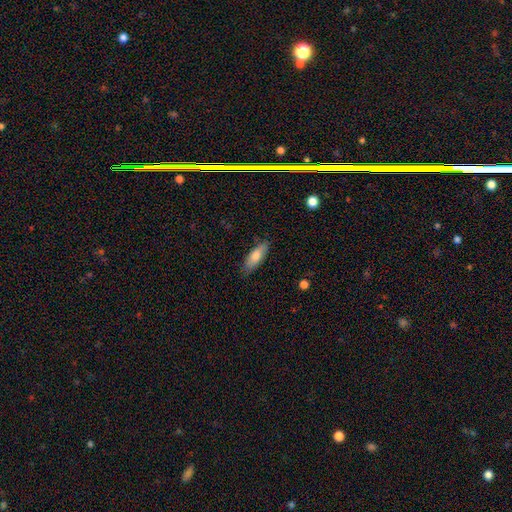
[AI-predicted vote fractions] smooth_or_featured: smooth (p=0.76) [alt: featured or disk p=0.18]
how_rounded: in between (p=0.62) [alt: cigar-shaped p=0.36]
merging: none (p=0.82) [alt: minor disturbance p=0.14]